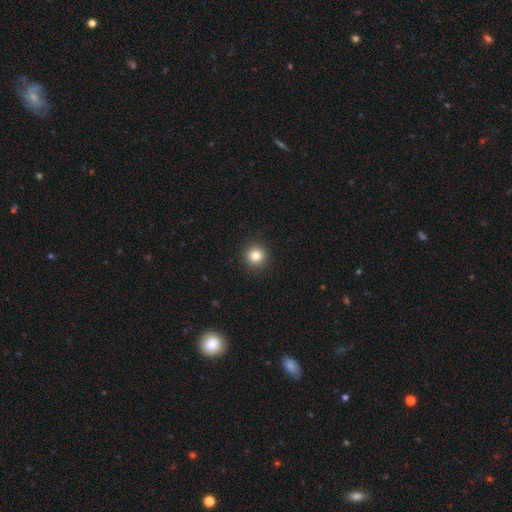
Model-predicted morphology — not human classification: This is clearly a smooth galaxy (82%). How rounded: clearly round (94%). Merging: clearly none (92%).